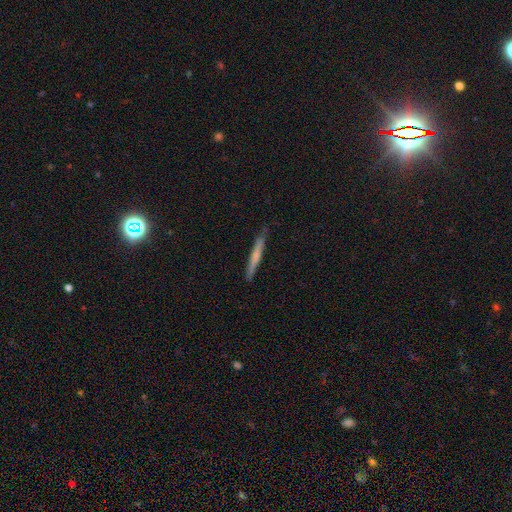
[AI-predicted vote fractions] smooth-or-featured: smooth: 54% | featured or disk: 40% | star or artifact: 6%
  how-rounded: cigar-shaped: 96% | in between: 2% | round: 1%
  merging: none: 86% | minor disturbance: 11% | major disturbance: 2% | merger: 1%